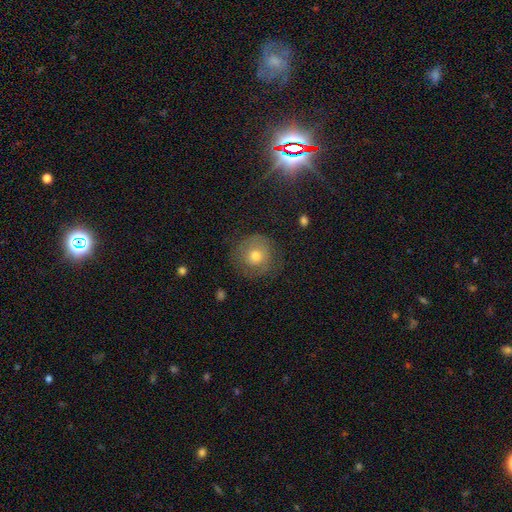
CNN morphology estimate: smooth_or_featured: smooth (p=0.64) [alt: featured or disk p=0.24]
how_rounded: round (p=0.91) [alt: in between p=0.08]
merging: none (p=0.75) [alt: minor disturbance p=0.16]